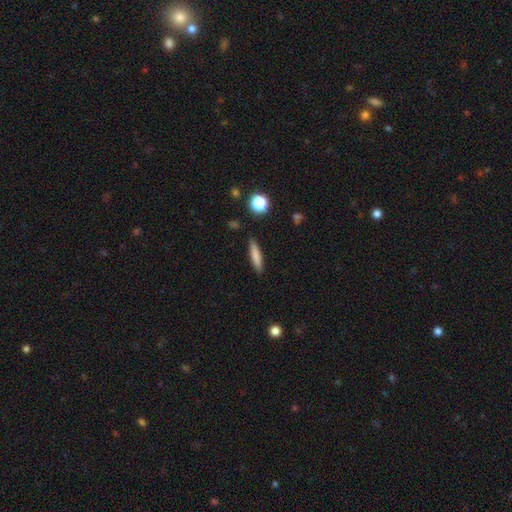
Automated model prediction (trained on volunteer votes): Smooth or featured?
  - smooth: 80% *
  - featured or disk: 13%
  - star or artifact: 8%
How rounded?
  - cigar-shaped: 84% *
  - in between: 14%
  - round: 2%
Merging?
  - none: 88% *
  - minor disturbance: 8%
  - major disturbance: 2%
  - merger: 2%